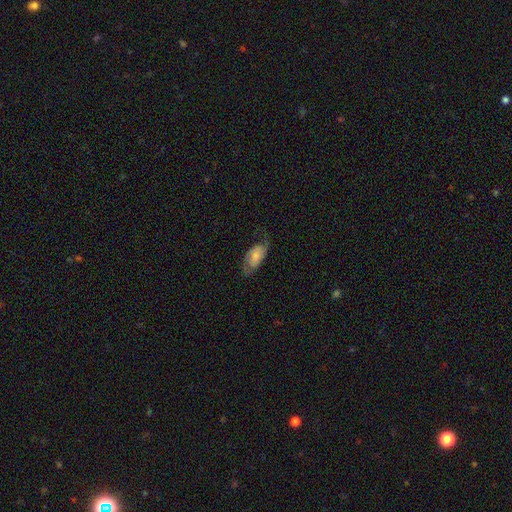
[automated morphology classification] Smooth or featured?
  - smooth: 49% *
  - featured or disk: 44%
  - star or artifact: 7%
Merging?
  - none: 56% *
  - minor disturbance: 26%
  - major disturbance: 17%
  - merger: 1%